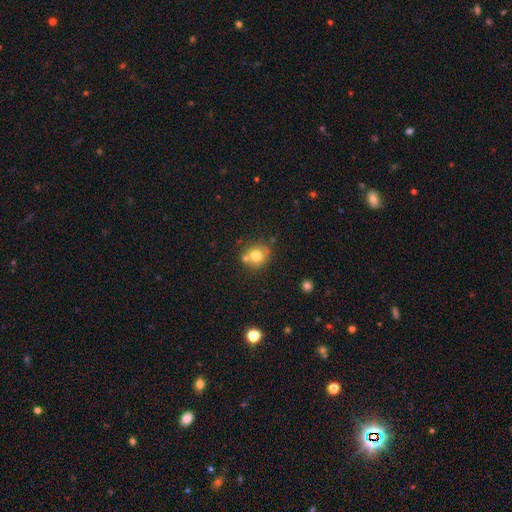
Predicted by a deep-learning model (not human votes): Smooth or featured? smooth (74%)
How rounded? round (82%)
Merging? none (61%)